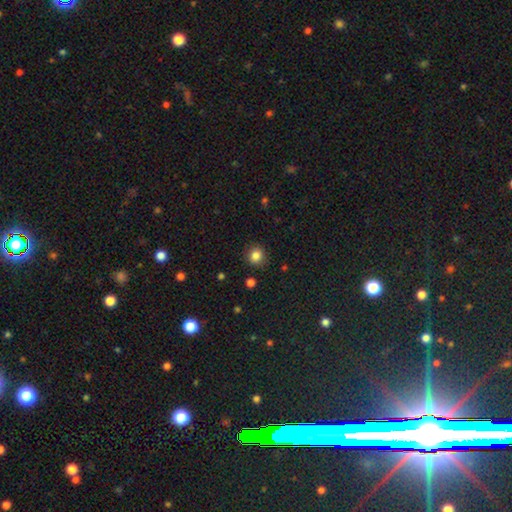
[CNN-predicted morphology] Smooth or featured? Predicted: smooth (p=0.84). How rounded? Predicted: round (p=0.89). Merging? Predicted: none (p=0.89).